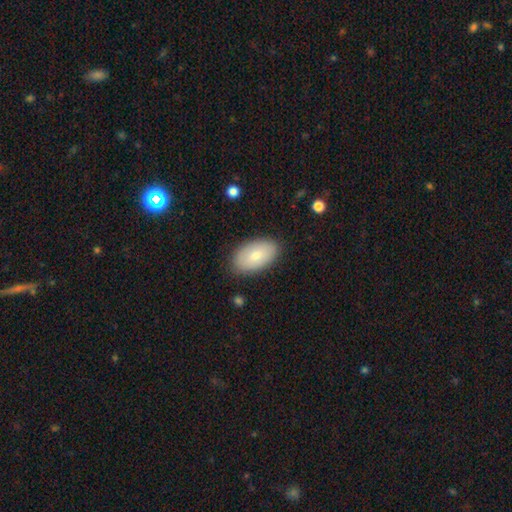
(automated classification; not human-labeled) Overall: smooth (78%). How rounded: in between (95%). Merging: none (86%).